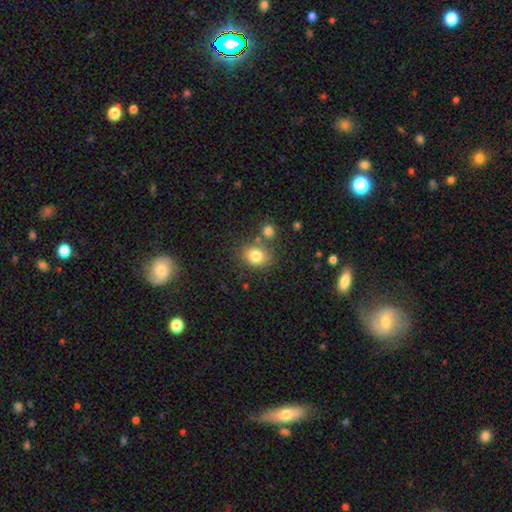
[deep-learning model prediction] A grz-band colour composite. It shows a smooth galaxy with no disk features (81%) that is round (55%). Merging: none (69%).